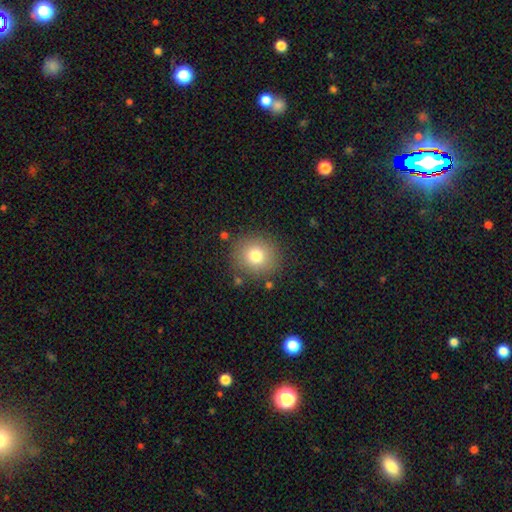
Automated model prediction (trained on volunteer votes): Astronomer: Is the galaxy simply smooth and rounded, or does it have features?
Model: smooth — 77%.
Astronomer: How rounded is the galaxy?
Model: round — 88%.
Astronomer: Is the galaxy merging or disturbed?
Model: none — 85%.